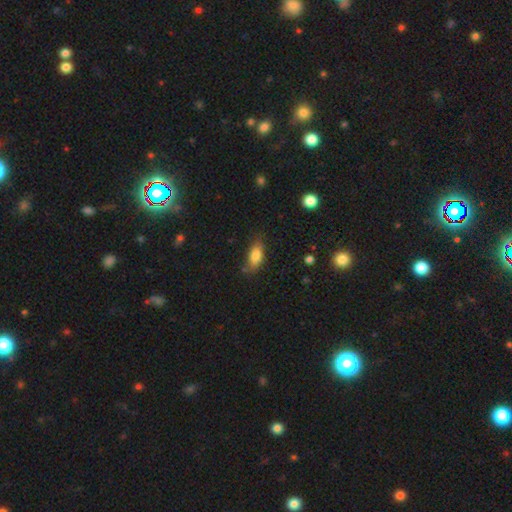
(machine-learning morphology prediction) A smooth galaxy with no disk features (78%) that is in between round and cigar-shaped (83%). Merging: none (72%).